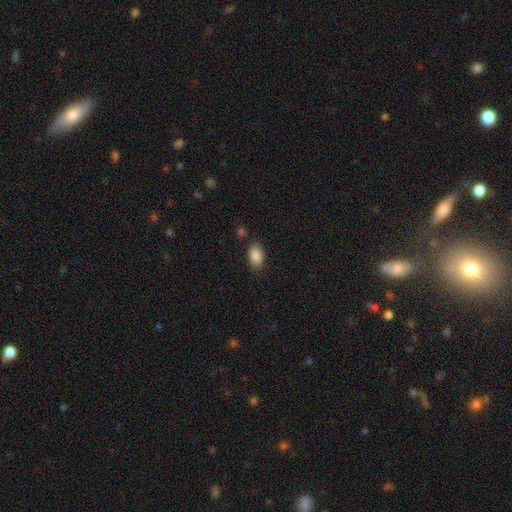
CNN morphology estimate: A smooth galaxy with no disk features (87%) that is in between round and cigar-shaped (91%).

Vote fractions:
- Smooth or featured? smooth: 87% / star or artifact: 8% / featured or disk: 6%
- How rounded? in between: 91% / round: 7% / cigar-shaped: 2%
- Merging? none: 84% / minor disturbance: 11% / major disturbance: 3% / merger: 3%